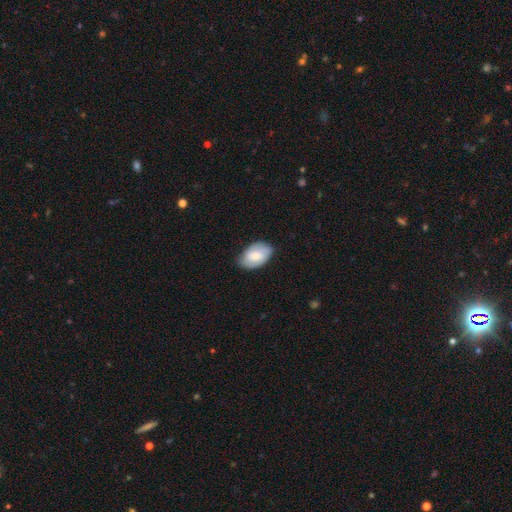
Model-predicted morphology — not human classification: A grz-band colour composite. It shows a smooth galaxy with no disk features (69%) that is in between round and cigar-shaped (92%). Merging: none (76%).